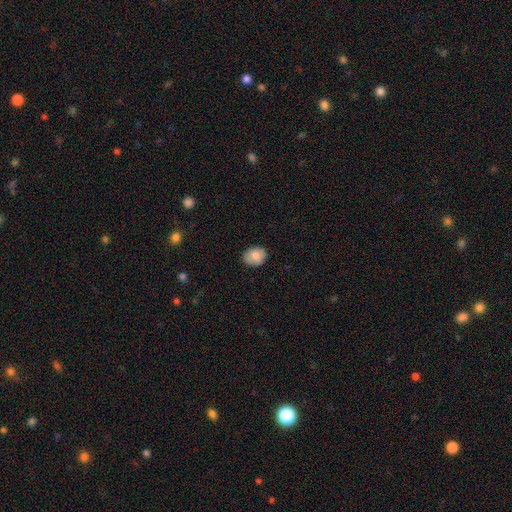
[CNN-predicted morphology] Smooth or featured?
  - smooth: 77% *
  - featured or disk: 15%
  - star or artifact: 8%
How rounded?
  - round: 55% *
  - in between: 44%
  - cigar-shaped: 1%
Merging?
  - none: 86% *
  - minor disturbance: 11%
  - major disturbance: 2%
  - merger: 1%